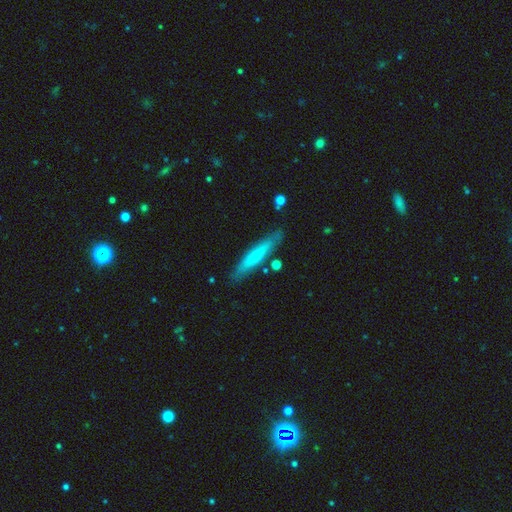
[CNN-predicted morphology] This is likely a smooth galaxy (61%). How rounded: clearly cigar-shaped (91%). Merging: clearly none (83%).